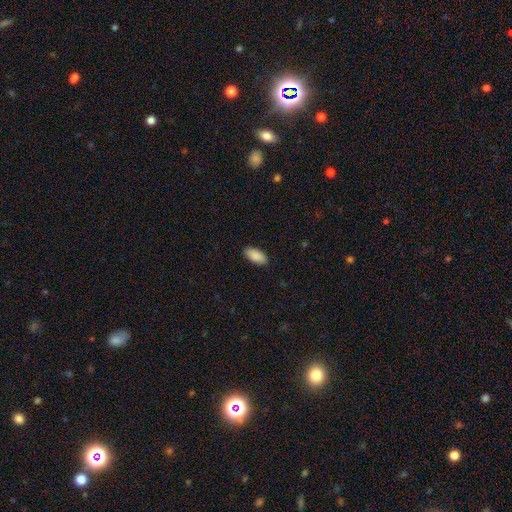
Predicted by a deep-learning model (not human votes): A smooth galaxy with no disk features (90%) that is in between round and cigar-shaped (91%).

Vote fractions:
- Smooth or featured? smooth: 90% / star or artifact: 6% / featured or disk: 4%
- How rounded? in between: 91% / cigar-shaped: 8% / round: 2%
- Merging? none: 89% / minor disturbance: 8% / major disturbance: 2% / merger: 1%